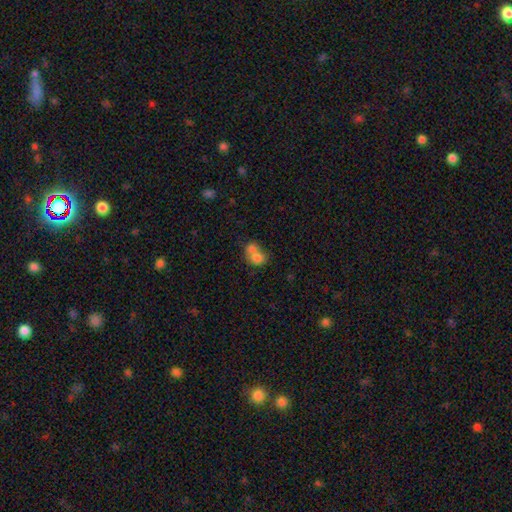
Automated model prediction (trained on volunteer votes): smooth-or-featured: smooth: 74% | featured or disk: 16% | star or artifact: 10%
  how-rounded: round: 57% | in between: 42% | cigar-shaped: 1%
  merging: merger: 69% | none: 21% | minor disturbance: 6% | major disturbance: 4%